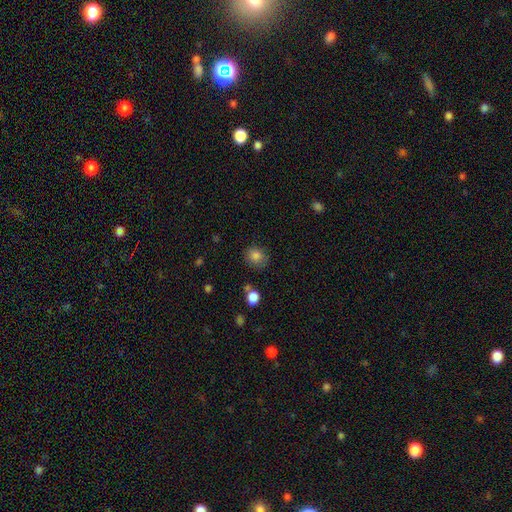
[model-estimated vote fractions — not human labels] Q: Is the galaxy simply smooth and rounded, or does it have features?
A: smooth — 84%.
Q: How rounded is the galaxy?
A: round — 72%.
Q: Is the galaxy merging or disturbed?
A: none — 78%.